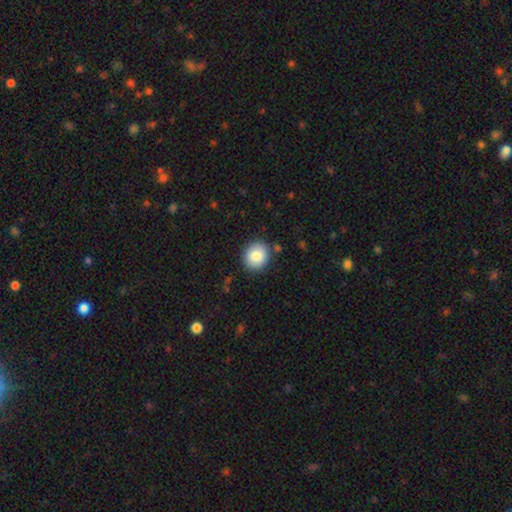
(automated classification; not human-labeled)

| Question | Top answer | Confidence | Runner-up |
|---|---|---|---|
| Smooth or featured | smooth | 85% | star or artifact (8%) |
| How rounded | round | 83% | in between (16%) |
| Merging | none | 87% | minor disturbance (8%) |